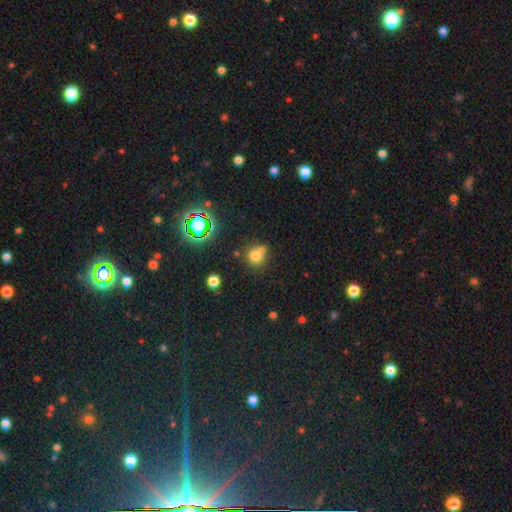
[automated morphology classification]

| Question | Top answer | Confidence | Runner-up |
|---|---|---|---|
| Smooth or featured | smooth | 70% | star or artifact (19%) |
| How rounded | round | 85% | in between (14%) |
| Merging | none | 51% | merger (35%) |